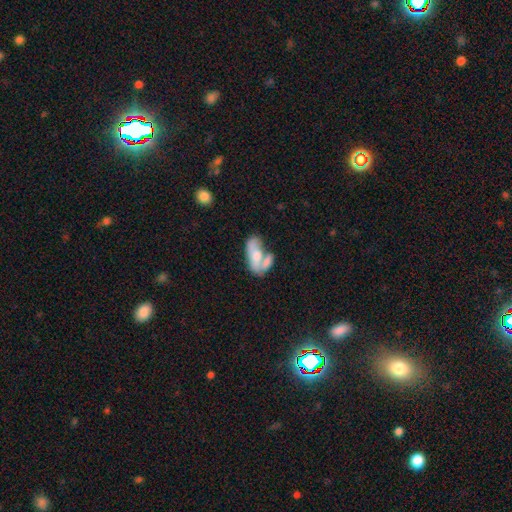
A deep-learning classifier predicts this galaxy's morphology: Smooth or featured? smooth (56%)
How rounded? in between (87%)
Merging? merger (54%)